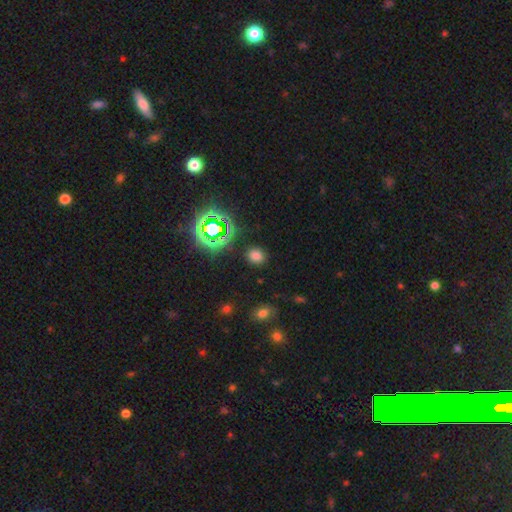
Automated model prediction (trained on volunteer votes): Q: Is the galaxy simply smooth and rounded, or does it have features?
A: smooth — 69%.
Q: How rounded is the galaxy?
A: round — 70%.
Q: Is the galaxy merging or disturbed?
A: none — 87%.